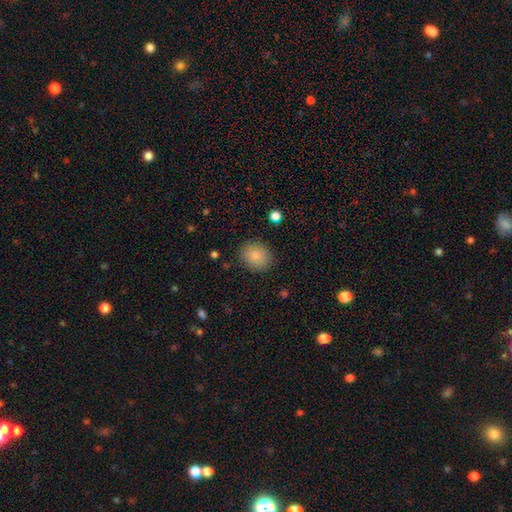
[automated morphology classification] Smooth or featured? Predicted: smooth (p=0.84). How rounded? Predicted: round (p=0.63). Merging? Predicted: none (p=0.84).